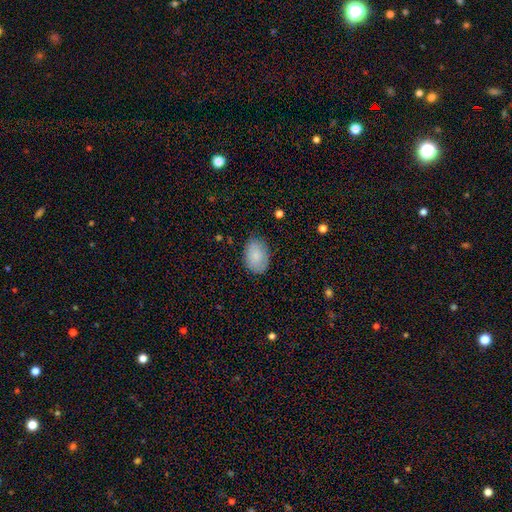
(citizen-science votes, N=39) Smooth or featured? smooth (90%)
How rounded? in between (80%)
Merging? none (75%)